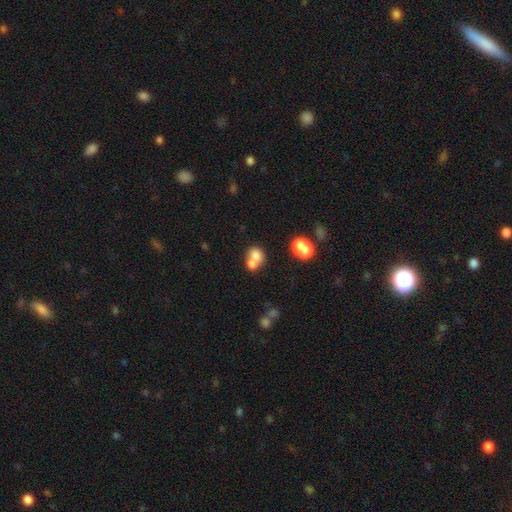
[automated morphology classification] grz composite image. It shows a smooth galaxy with no disk features (70%) that is round (62%). Merging: merger (60%).